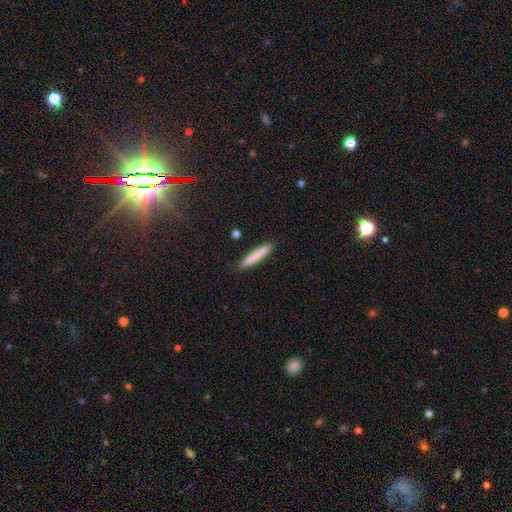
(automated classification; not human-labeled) Morphology: type=smooth (77%); roundness=cigar-shaped (95%); merging=none (88%).